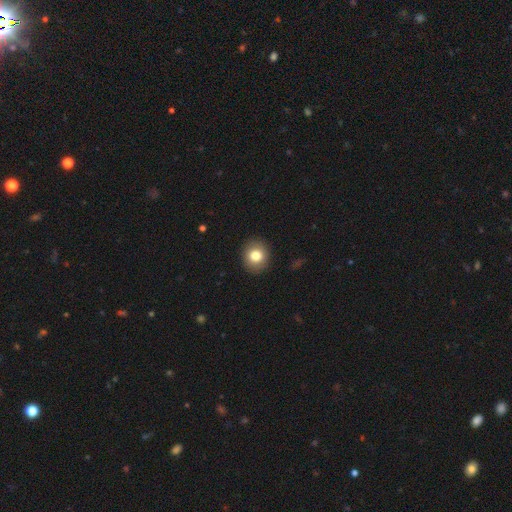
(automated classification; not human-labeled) Smooth or featured? Predicted: smooth (p=0.81). How rounded? Predicted: round (p=0.81). Merging? Predicted: none (p=0.91).